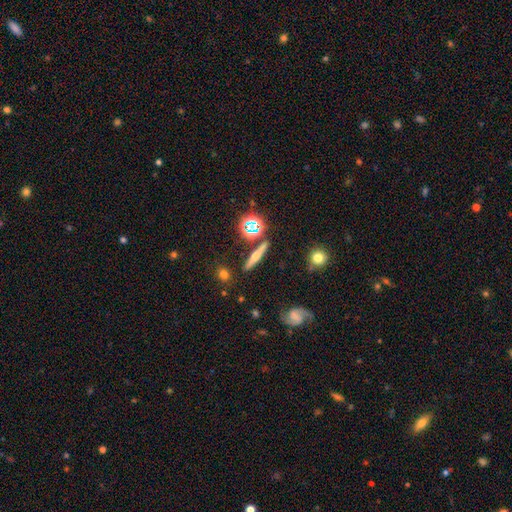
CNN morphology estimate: Smooth or featured: featured or disk — 48% (smooth — 37%)
Merging: none — 83% (minor disturbance — 8%)